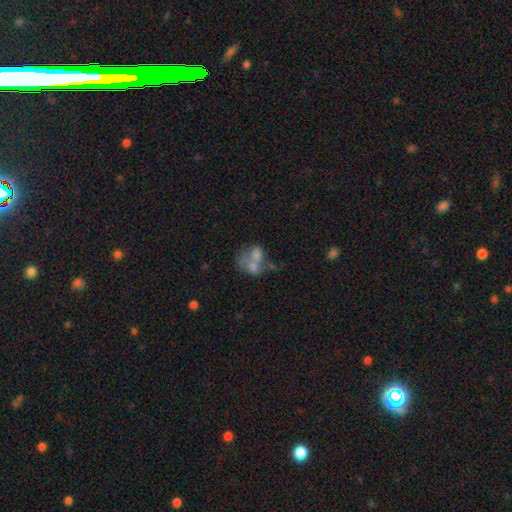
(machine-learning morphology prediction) A smooth galaxy with no disk features (51%) that is in between round and cigar-shaped (61%). Merging: merger (61%).